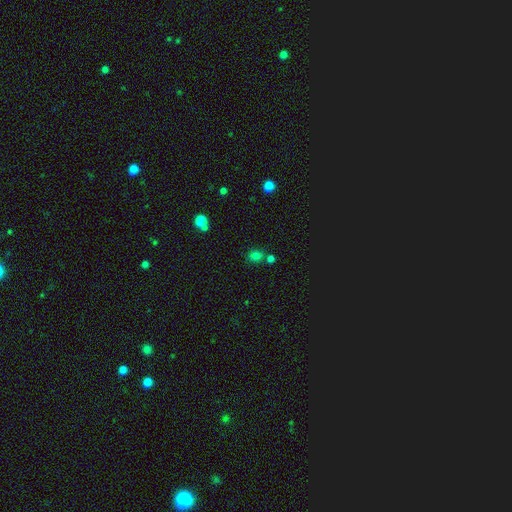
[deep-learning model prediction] Smooth or featured?
  - smooth: 72% *
  - star or artifact: 21%
  - featured or disk: 7%
How rounded?
  - round: 66% *
  - in between: 33%
  - cigar-shaped: 1%
Merging?
  - none: 68% *
  - merger: 18%
  - minor disturbance: 11%
  - major disturbance: 4%